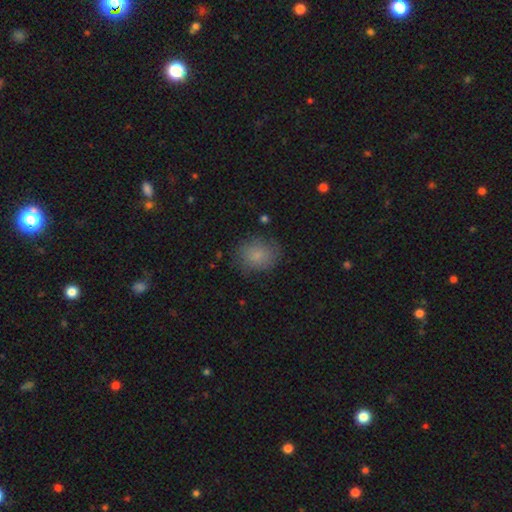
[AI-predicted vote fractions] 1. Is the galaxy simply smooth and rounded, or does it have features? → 81% smooth, 9% featured or disk, 9% star or artifact.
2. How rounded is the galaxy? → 65% round, 34% in between, 1% cigar-shaped.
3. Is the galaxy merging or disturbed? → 76% none, 17% minor disturbance, 5% major disturbance, 1% merger.